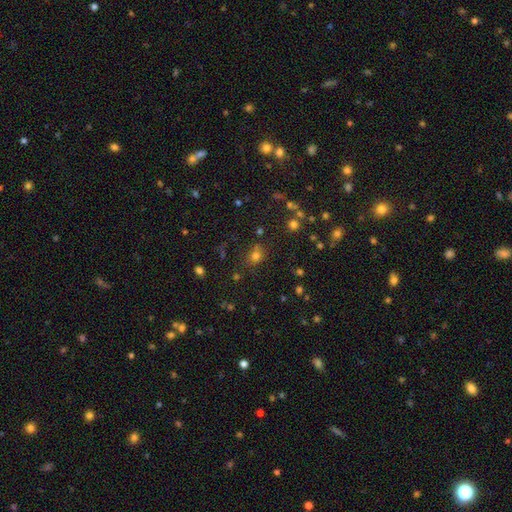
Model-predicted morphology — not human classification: A smooth galaxy with no disk features (65%) that is round (66%). Merging: none (68%).